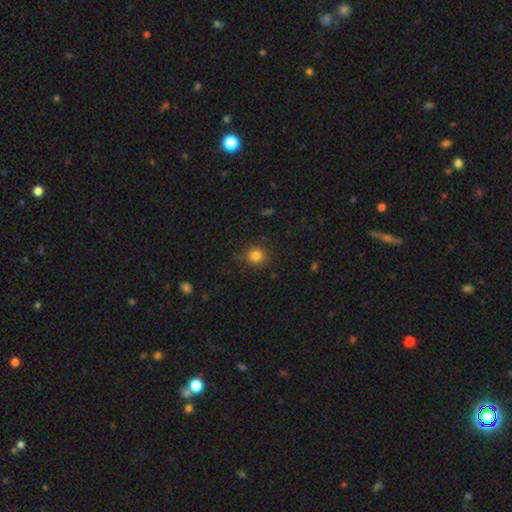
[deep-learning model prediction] This appears to be a smooth galaxy with no disk features (82%) that is round (87%). Merging: none (80%).